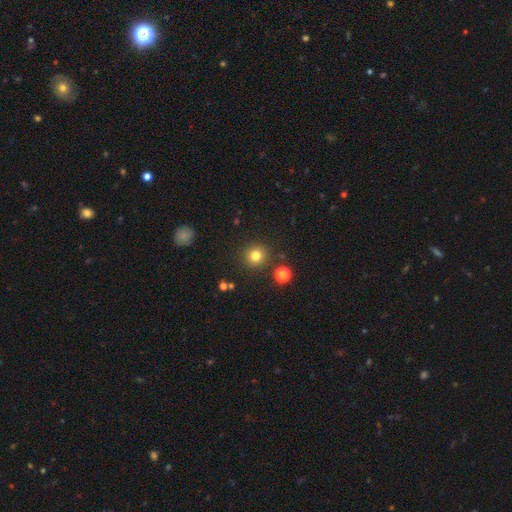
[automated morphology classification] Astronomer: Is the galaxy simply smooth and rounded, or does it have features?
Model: smooth — 79%.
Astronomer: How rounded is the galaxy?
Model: round — 94%.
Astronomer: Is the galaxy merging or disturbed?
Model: none — 88%.